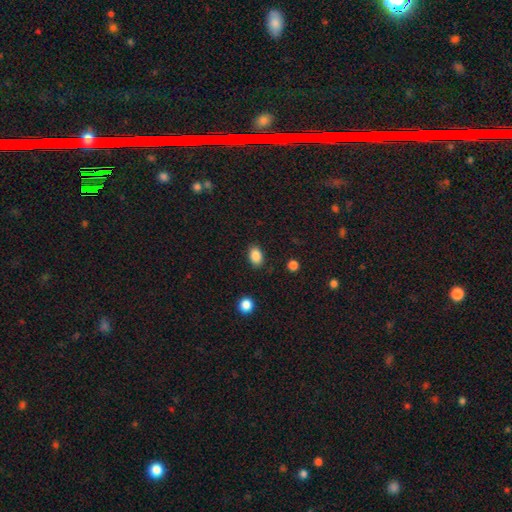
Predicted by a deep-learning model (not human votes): This appears to be a smooth galaxy with no disk features (87%) that is in between round and cigar-shaped (82%). Merging: none (87%).